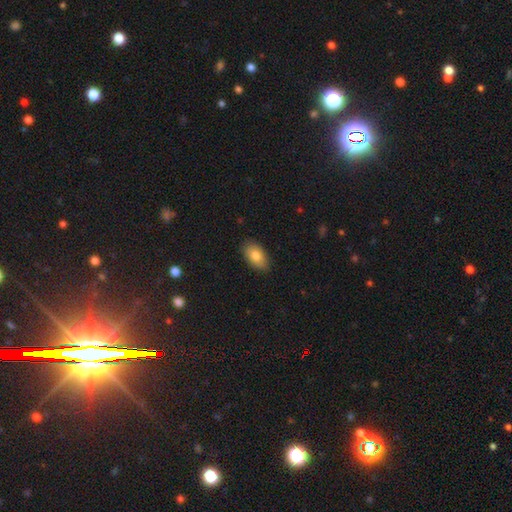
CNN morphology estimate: type=smooth (81%); roundness=in between (93%); merging=none (86%).